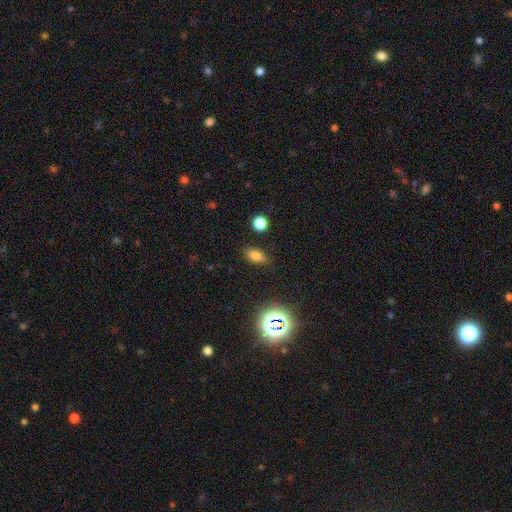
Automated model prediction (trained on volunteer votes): Q: Smooth or featured?
A: smooth (76%); runner-up: star or artifact (16%)
Q: How rounded?
A: in between (83%); runner-up: round (10%)
Q: Merging?
A: none (85%); runner-up: minor disturbance (10%)